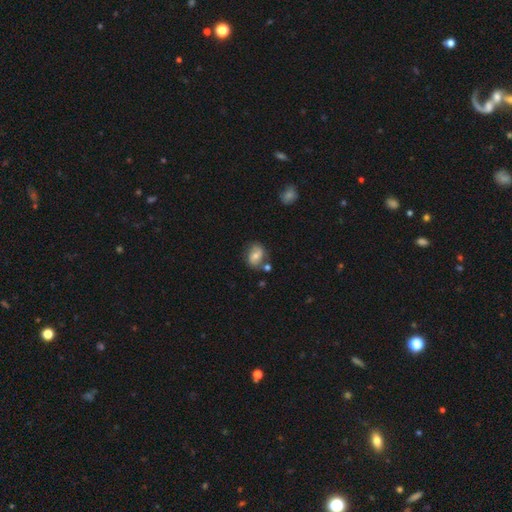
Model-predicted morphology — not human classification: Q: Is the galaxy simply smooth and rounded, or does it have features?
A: smooth — 51%.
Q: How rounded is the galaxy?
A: in between — 64%.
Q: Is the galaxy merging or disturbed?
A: none — 65%.